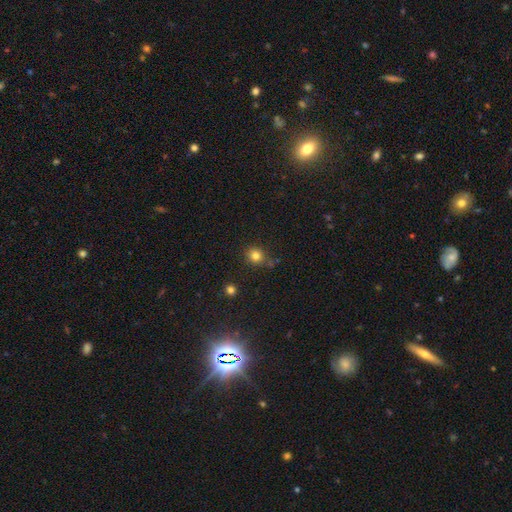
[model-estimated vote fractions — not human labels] The model was most divided on "merging": none: 75%, minor disturbance: 14%, merger: 7%, major disturbance: 4%. More confident: how rounded — round (85%); smooth or featured — smooth (81%).